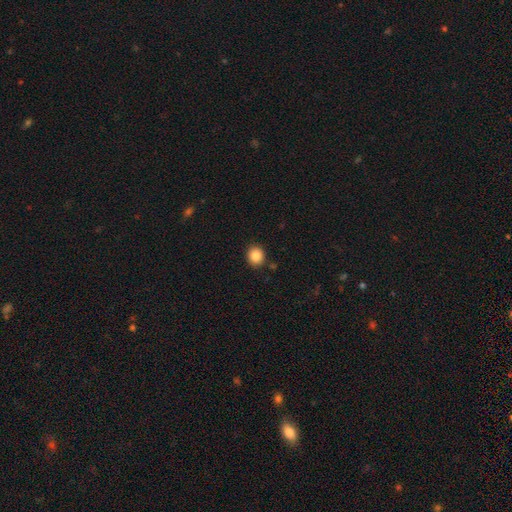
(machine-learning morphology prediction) This appears to be a smooth galaxy with no disk features (86%) that is round (83%). Merging: none (90%).